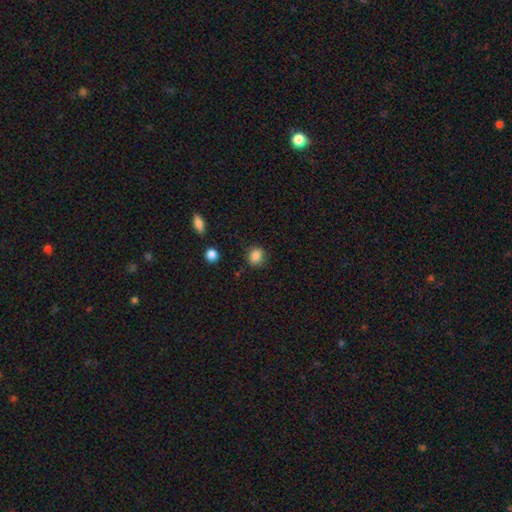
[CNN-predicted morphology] smooth-or-featured: smooth: 86% | star or artifact: 10% | featured or disk: 4%
  how-rounded: round: 64% | in between: 35% | cigar-shaped: 1%
  merging: none: 81% | minor disturbance: 13% | major disturbance: 3% | merger: 2%